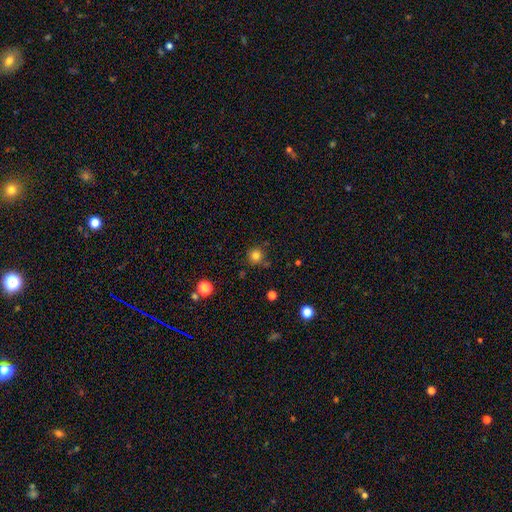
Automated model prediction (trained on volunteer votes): A smooth galaxy with no disk features (80%) that is round (94%).

Vote fractions:
- Smooth or featured? smooth: 80% / star or artifact: 15% / featured or disk: 6%
- How rounded? round: 94% / in between: 5% / cigar-shaped: 1%
- Merging? none: 80% / minor disturbance: 11% / merger: 6% / major disturbance: 3%